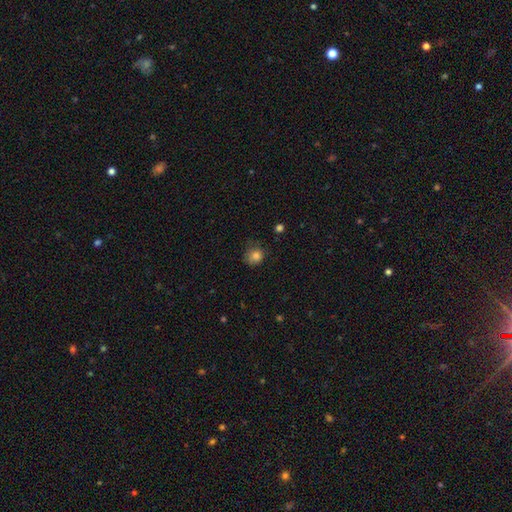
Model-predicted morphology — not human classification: The model was most divided on "merging": none: 61%, minor disturbance: 28%, major disturbance: 10%, merger: 2%. More confident: smooth or featured — smooth (82%); how rounded — round (79%).